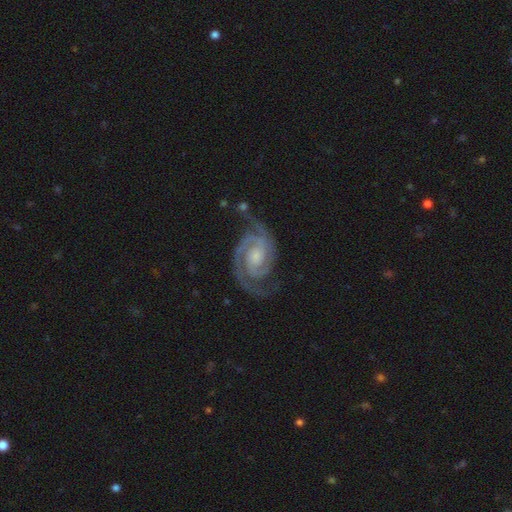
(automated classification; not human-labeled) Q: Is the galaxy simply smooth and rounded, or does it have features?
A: featured or disk — 93%.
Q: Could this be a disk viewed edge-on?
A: no — 98%.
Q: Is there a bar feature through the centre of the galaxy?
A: no — 63%.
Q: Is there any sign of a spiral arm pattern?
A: yes — 99%.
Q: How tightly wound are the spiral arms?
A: tight — 62%.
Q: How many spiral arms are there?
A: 2 — 85%.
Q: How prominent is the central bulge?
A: small — 49%.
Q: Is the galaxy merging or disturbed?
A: none — 72%.